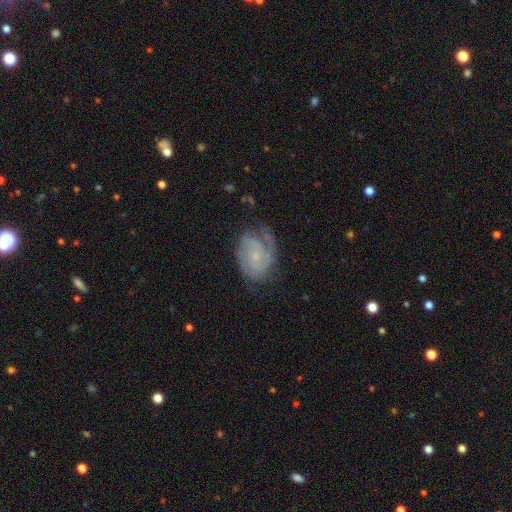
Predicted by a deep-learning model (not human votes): This is clearly a featured or disk galaxy (82%). It is clearly not viewed edge-on (98%). Bar: likely no (68%). Spiral arm pattern: clearly yes (96%). Spiral arm count: possibly 2 (51%). Spiral winding: possibly tight (54%). Central bulge: likely small (73%). Merging: likely none (63%).